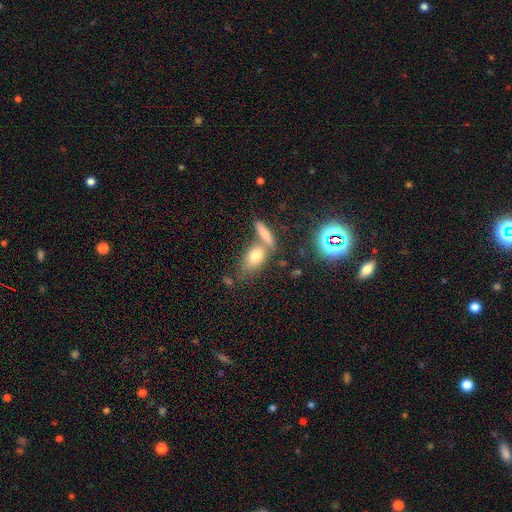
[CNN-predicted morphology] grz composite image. It shows a smooth galaxy with no disk features (73%) that is in between round and cigar-shaped (76%). Merging: none (49%).